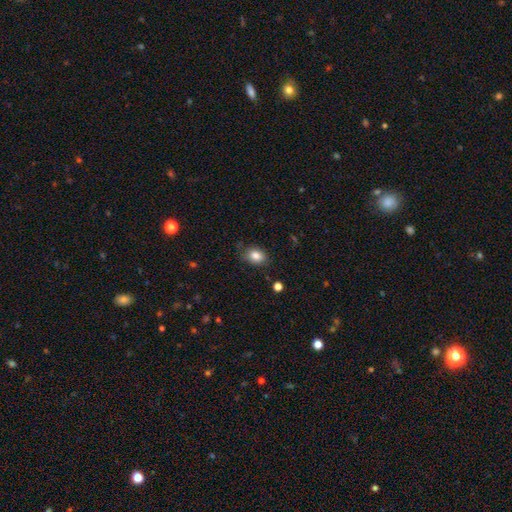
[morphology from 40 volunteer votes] Smooth or featured?
  - smooth: 95% *
  - featured or disk: 2%
  - star or artifact: 2%
How rounded?
  - in between: 79% *
  - round: 16%
  - cigar-shaped: 5%
Merging?
  - none: 69% *
  - minor disturbance: 21%
  - major disturbance: 5%
  - merger: 5%